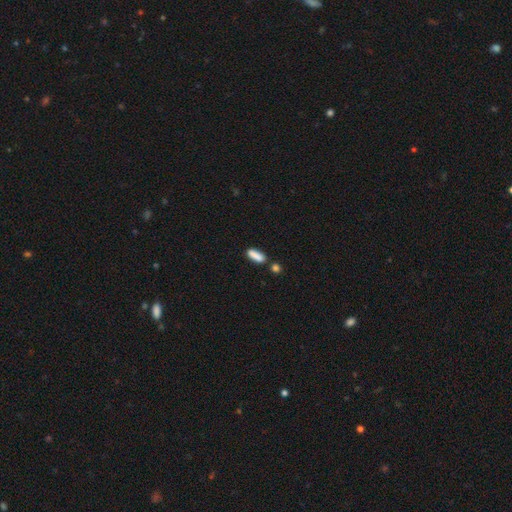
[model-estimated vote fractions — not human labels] Smooth or featured? Predicted: smooth (p=0.84). How rounded? Predicted: in between (p=0.52). Merging? Predicted: none (p=0.67).